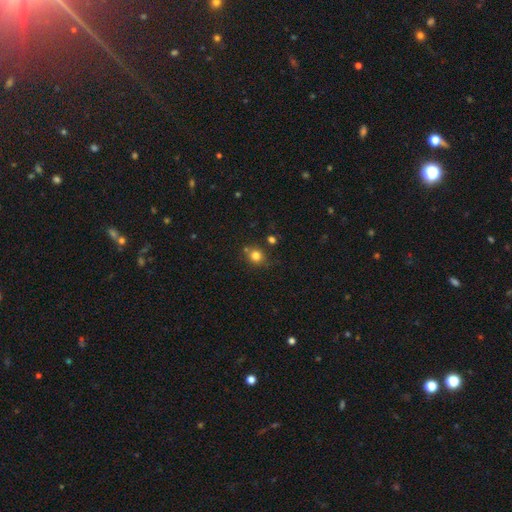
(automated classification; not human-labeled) smooth-or-featured: smooth: 79% | star or artifact: 14% | featured or disk: 7%
  how-rounded: round: 83% | in between: 16% | cigar-shaped: 1%
  merging: none: 74% | minor disturbance: 12% | merger: 11% | major disturbance: 4%